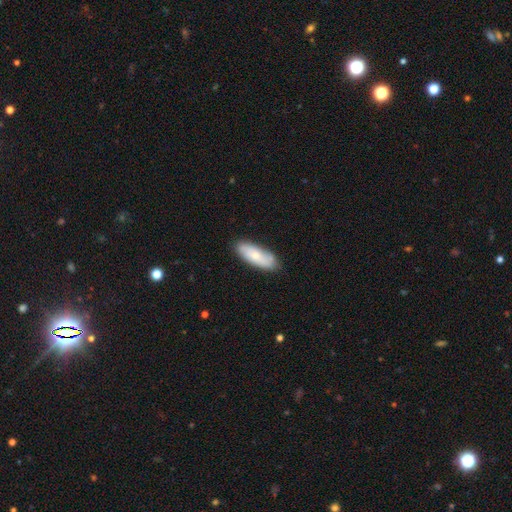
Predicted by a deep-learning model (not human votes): Smooth or featured? Predicted: smooth (p=0.68). How rounded? Predicted: in between (p=0.67). Merging? Predicted: none (p=0.79).